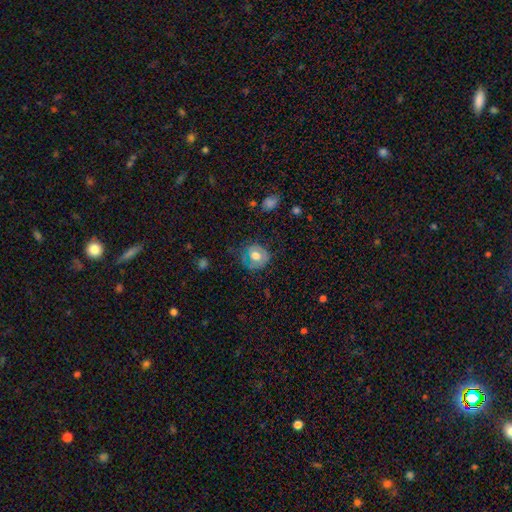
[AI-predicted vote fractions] A smooth galaxy with no disk features (57%) that is round (72%). Merging: none (57%).